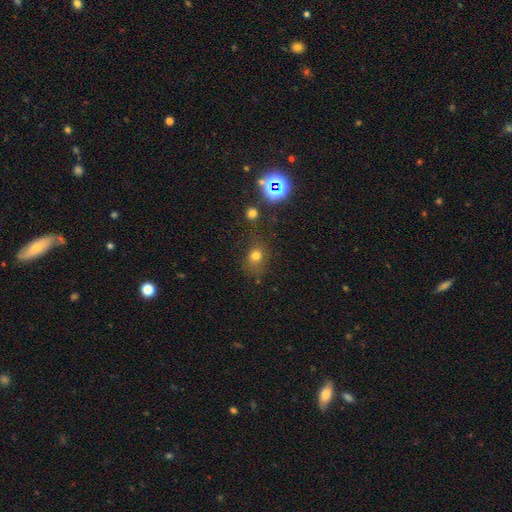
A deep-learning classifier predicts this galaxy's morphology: Smooth or featured? smooth (69%)
How rounded? round (62%)
Merging? none (63%)